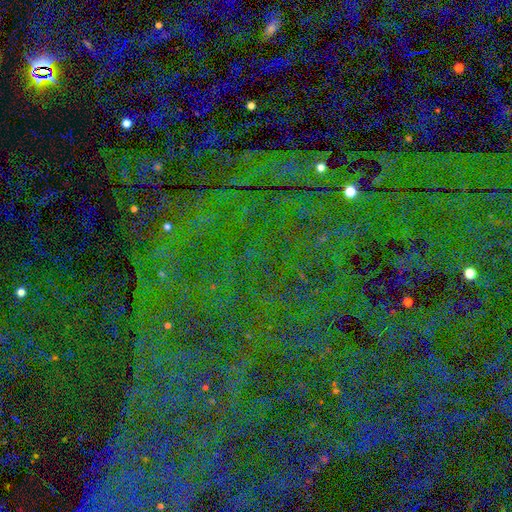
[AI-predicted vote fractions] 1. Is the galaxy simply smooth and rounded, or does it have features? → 81% star or artifact, 11% smooth, 8% featured or disk.